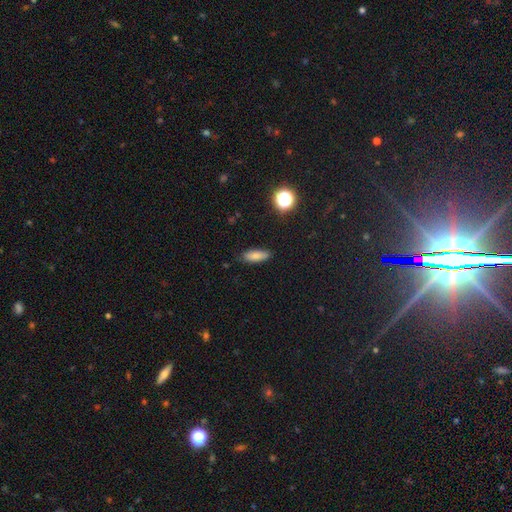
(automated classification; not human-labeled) Q: Smooth or featured?
A: smooth (82%); runner-up: star or artifact (10%)
Q: How rounded?
A: in between (65%); runner-up: cigar-shaped (32%)
Q: Merging?
A: none (83%); runner-up: minor disturbance (13%)